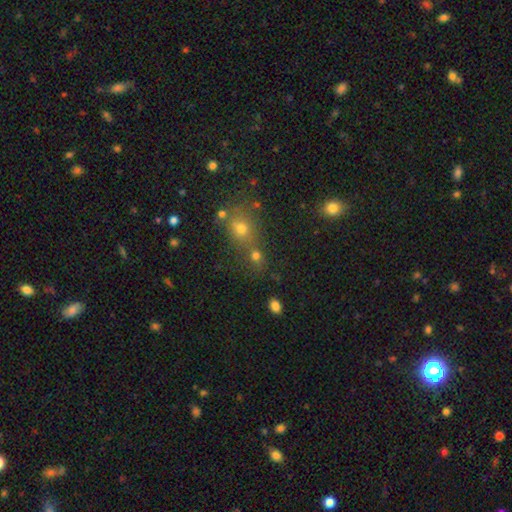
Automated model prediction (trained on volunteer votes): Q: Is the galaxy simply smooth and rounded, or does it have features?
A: smooth — 70%.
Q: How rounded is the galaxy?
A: round — 73%.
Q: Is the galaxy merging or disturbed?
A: none — 49%.